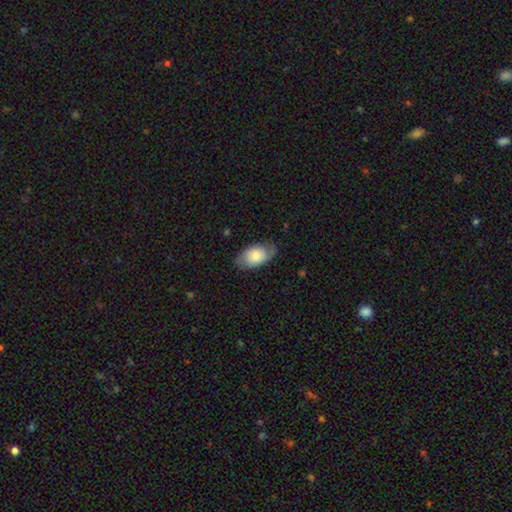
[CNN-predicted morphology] A smooth galaxy with no disk features (63%) that is in between round and cigar-shaped (92%).

Vote fractions:
- Smooth or featured? smooth: 63% / featured or disk: 31% / star or artifact: 7%
- How rounded? in between: 92% / round: 6% / cigar-shaped: 2%
- Merging? none: 75% / minor disturbance: 18% / major disturbance: 6% / merger: 1%